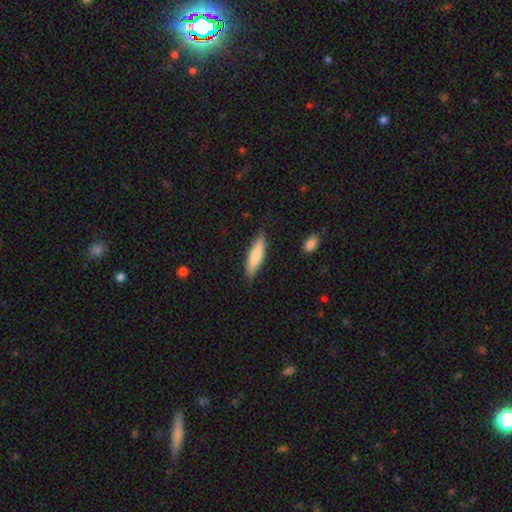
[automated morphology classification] Q: Smooth or featured?
A: smooth (74%); runner-up: featured or disk (20%)
Q: How rounded?
A: cigar-shaped (72%); runner-up: in between (27%)
Q: Merging?
A: none (83%); runner-up: minor disturbance (13%)